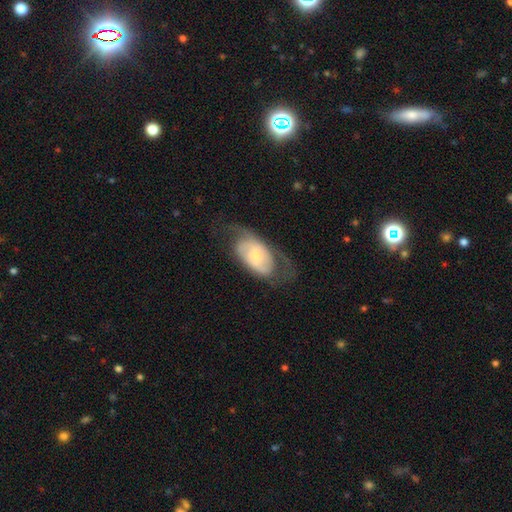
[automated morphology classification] A featured or disk galaxy (65%) with no bar (66%), spiral arms (78%) and a small central bulge (53%). Merging: none (53%).